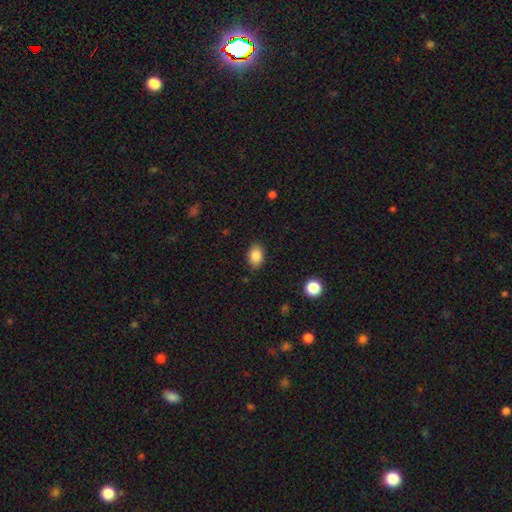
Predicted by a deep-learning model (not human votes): Q: Smooth or featured?
A: smooth (85%); runner-up: star or artifact (9%)
Q: How rounded?
A: in between (80%); runner-up: round (19%)
Q: Merging?
A: none (86%); runner-up: minor disturbance (10%)